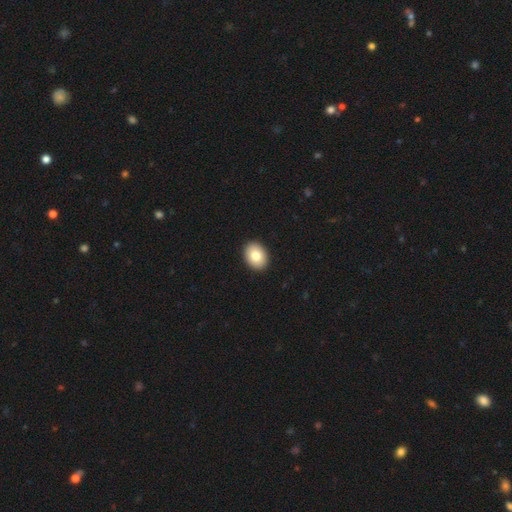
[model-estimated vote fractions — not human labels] smooth 82%, featured or disk 10%, star or artifact 7%. Down the decision tree: how rounded — in between (72%); merging — none (92%).